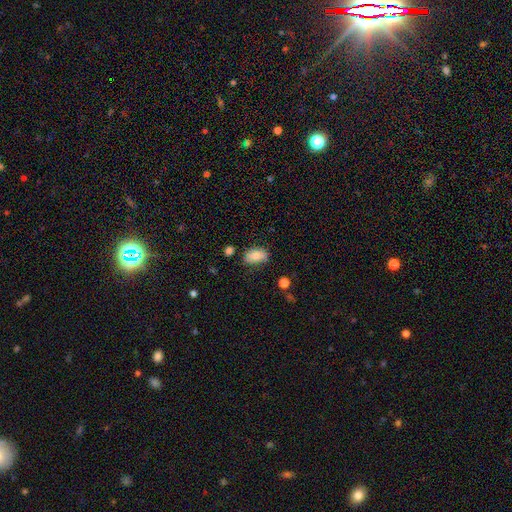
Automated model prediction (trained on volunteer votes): A smooth galaxy with no disk features (76%) that is in between round and cigar-shaped (89%).

Vote fractions:
- Smooth or featured? smooth: 76% / featured or disk: 16% / star or artifact: 8%
- How rounded? in between: 89% / round: 9% / cigar-shaped: 2%
- Merging? none: 66% / minor disturbance: 25% / major disturbance: 5% / merger: 3%